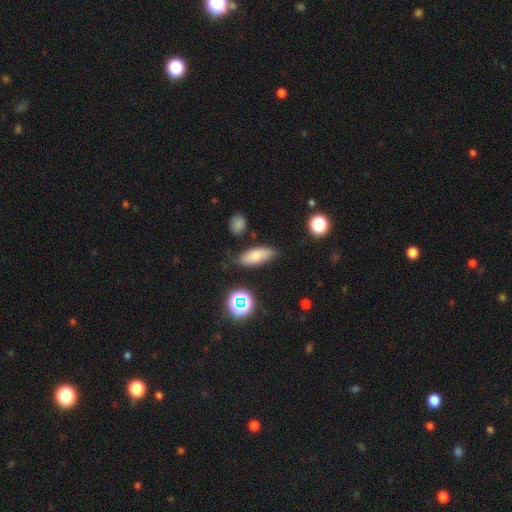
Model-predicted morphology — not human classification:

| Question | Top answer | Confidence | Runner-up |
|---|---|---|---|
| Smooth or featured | smooth | 76% | featured or disk (13%) |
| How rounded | in between | 74% | cigar-shaped (22%) |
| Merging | none | 78% | minor disturbance (14%) |